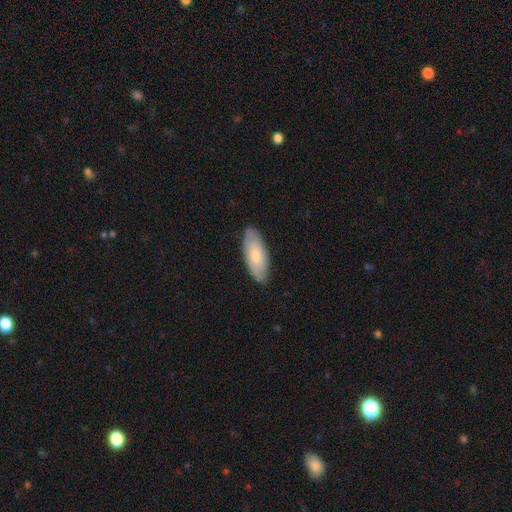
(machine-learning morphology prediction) type=smooth (70%); roundness=in between (81%); merging=none (84%).